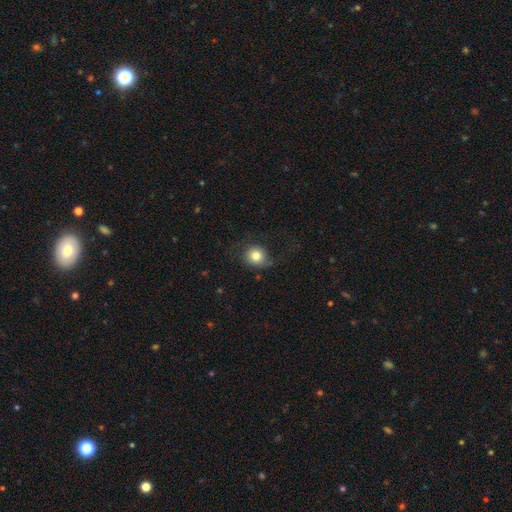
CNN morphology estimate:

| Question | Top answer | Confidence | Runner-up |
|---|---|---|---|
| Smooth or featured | smooth | 77% | featured or disk (13%) |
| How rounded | round | 86% | in between (13%) |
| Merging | none | 65% | minor disturbance (19%) |